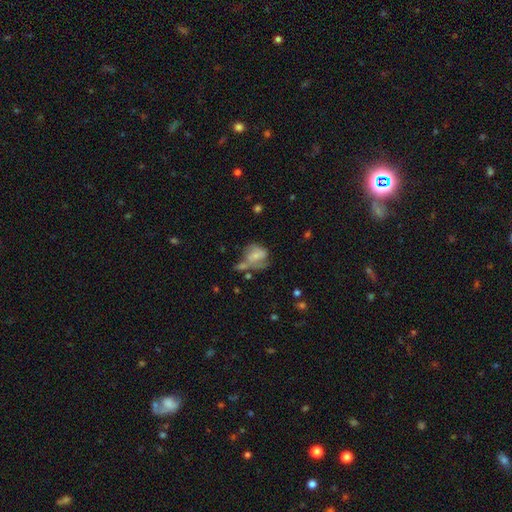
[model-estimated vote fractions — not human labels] featured or disk 50%, smooth 41%, star or artifact 9%. Down the decision tree: merging — none (32%).